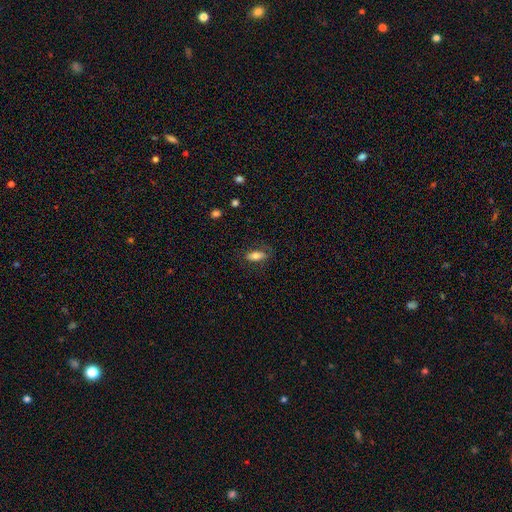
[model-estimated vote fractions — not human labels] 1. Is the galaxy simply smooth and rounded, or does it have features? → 74% smooth, 18% featured or disk, 7% star or artifact.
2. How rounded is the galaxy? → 79% in between, 18% cigar-shaped, 3% round.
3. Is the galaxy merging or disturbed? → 77% none, 16% minor disturbance, 6% major disturbance, 1% merger.